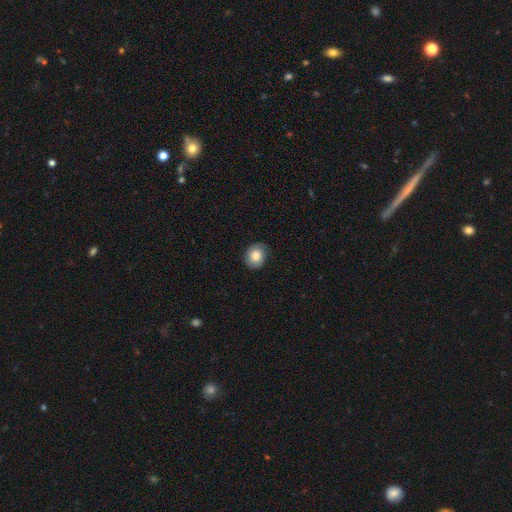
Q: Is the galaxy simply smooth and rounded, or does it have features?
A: smooth — 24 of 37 (65%).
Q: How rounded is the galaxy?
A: round — 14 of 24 (58%).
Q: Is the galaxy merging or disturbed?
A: none — 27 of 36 (75%).